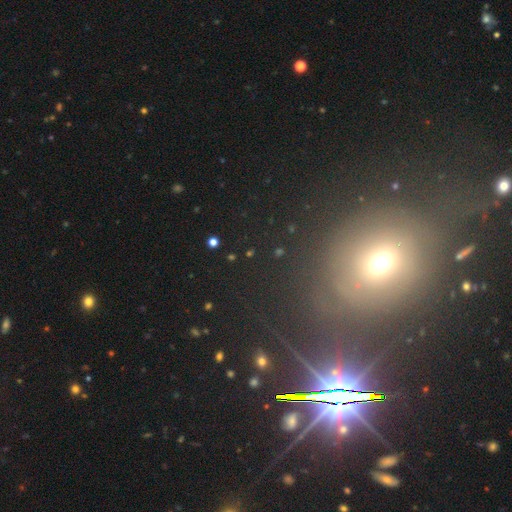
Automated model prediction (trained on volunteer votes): star or artifact 62%, smooth 24%, featured or disk 14%.